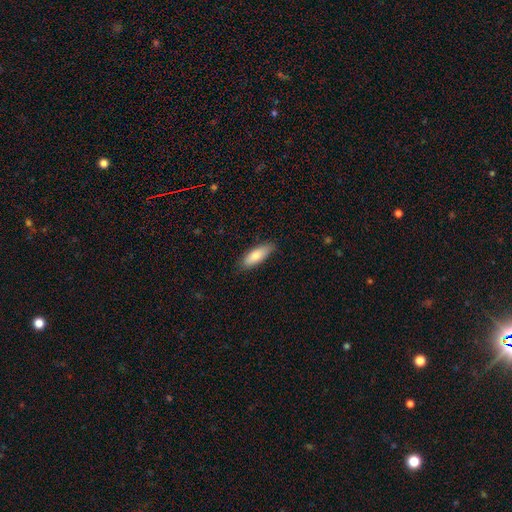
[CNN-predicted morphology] type=smooth (80%); roundness=in between (60%); merging=none (84%).